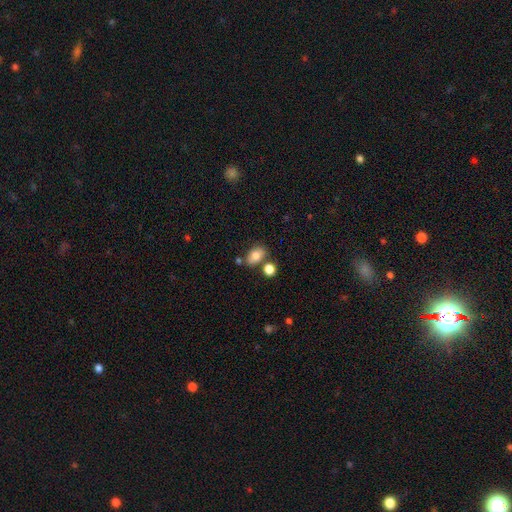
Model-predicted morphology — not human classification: smooth-or-featured: smooth: 79% | featured or disk: 12% | star or artifact: 10%
  how-rounded: in between: 82% | round: 16% | cigar-shaped: 2%
  merging: none: 66% | merger: 15% | minor disturbance: 14% | major disturbance: 4%